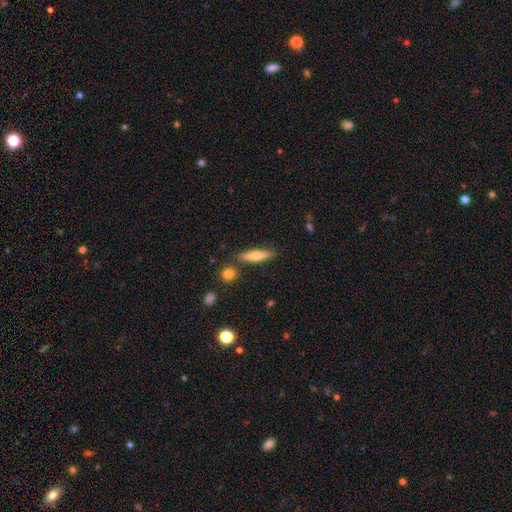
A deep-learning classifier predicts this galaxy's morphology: The model was most divided on "smooth or featured": smooth: 60%, featured or disk: 34%, star or artifact: 6%. More confident: merging — none (83%); how rounded — cigar-shaped (79%).